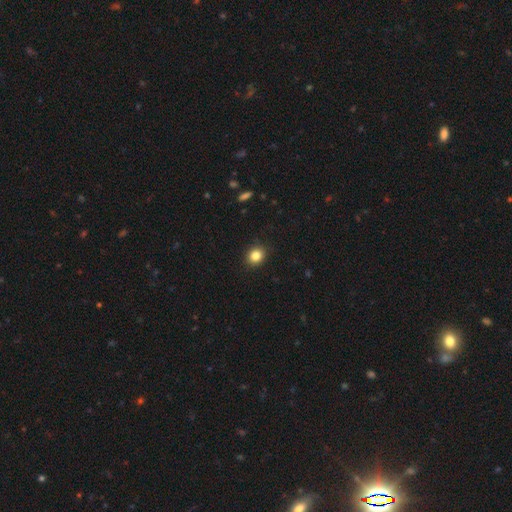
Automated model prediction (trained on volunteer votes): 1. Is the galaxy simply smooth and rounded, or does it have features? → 84% smooth, 11% star or artifact, 5% featured or disk.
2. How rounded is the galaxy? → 76% round, 23% in between, 1% cigar-shaped.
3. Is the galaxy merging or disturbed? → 90% none, 7% minor disturbance, 2% major disturbance, 1% merger.